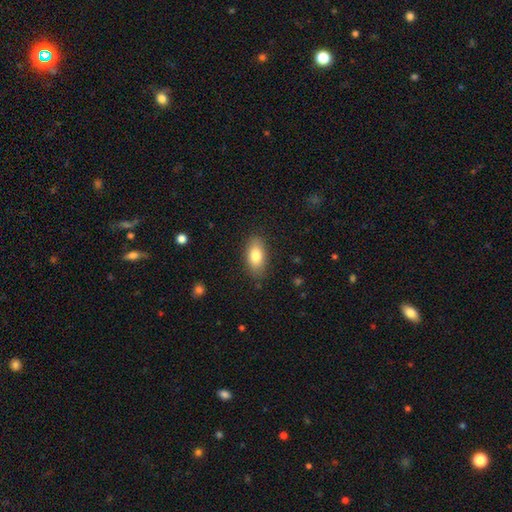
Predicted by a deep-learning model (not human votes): This is likely a smooth galaxy (80%). How rounded: clearly in between (88%). Merging: clearly none (84%).